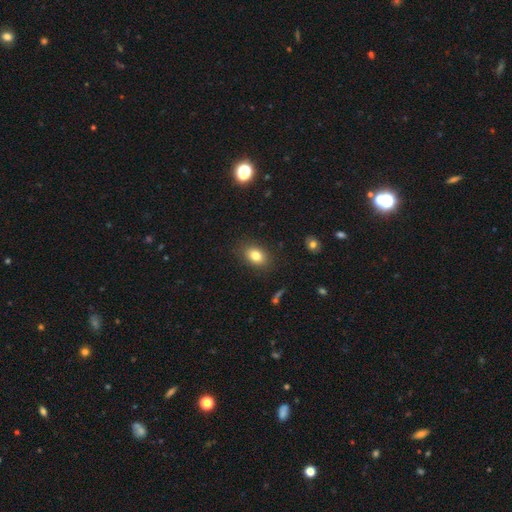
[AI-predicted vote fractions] smooth 81%, star or artifact 10%, featured or disk 9%. Down the decision tree: how rounded — in between (77%); merging — none (85%).